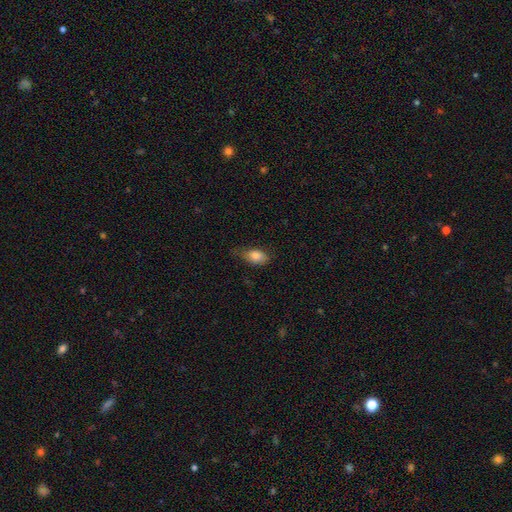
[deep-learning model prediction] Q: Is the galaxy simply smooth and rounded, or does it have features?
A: smooth — 84%.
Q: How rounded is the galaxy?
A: in between — 87%.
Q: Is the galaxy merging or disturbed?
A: none — 53%.